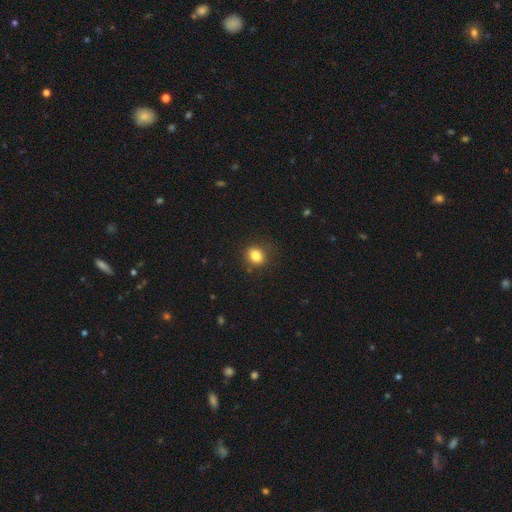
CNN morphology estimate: The model was most divided on "how rounded": round: 61%, in between: 39%, cigar-shaped: 1%. More confident: merging — none (84%); smooth or featured — smooth (83%).